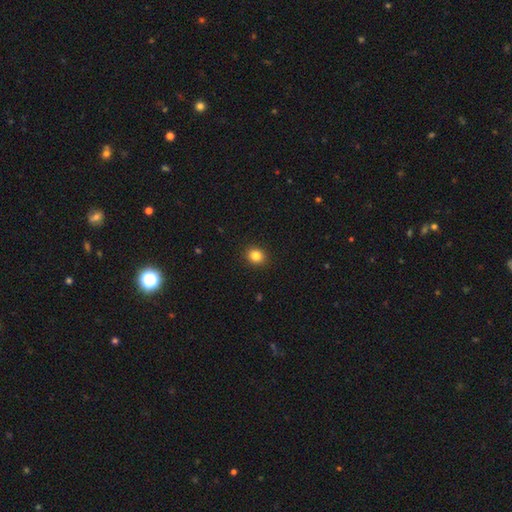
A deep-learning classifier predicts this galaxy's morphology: Smooth or featured? smooth (84%)
How rounded? round (73%)
Merging? none (91%)